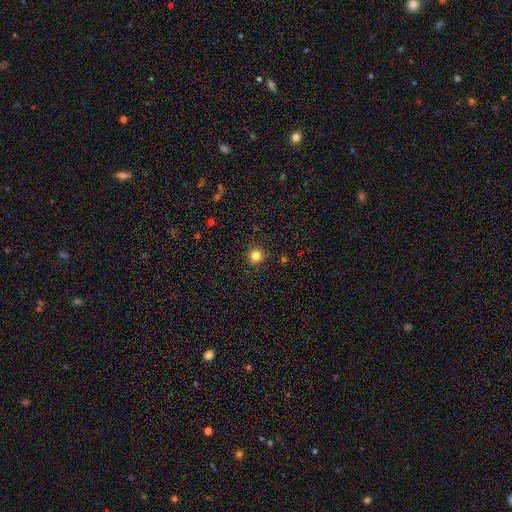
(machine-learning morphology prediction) Smooth or featured? Predicted: smooth (p=0.82). How rounded? Predicted: round (p=0.95). Merging? Predicted: none (p=0.92).